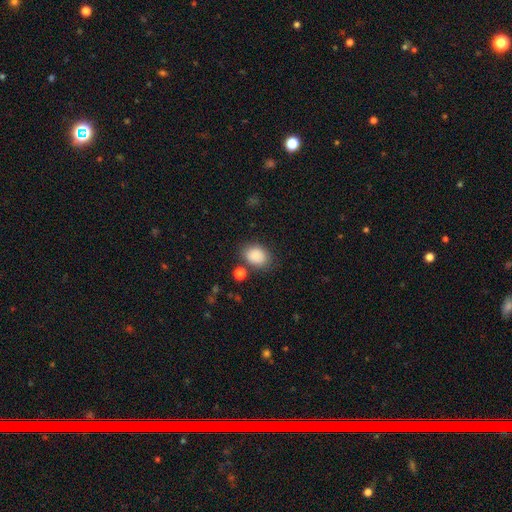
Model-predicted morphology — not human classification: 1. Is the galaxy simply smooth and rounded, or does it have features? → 87% smooth, 9% star or artifact, 5% featured or disk.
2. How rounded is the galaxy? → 66% in between, 33% round, 1% cigar-shaped.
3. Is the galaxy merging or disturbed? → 76% none, 14% minor disturbance, 5% merger, 5% major disturbance.